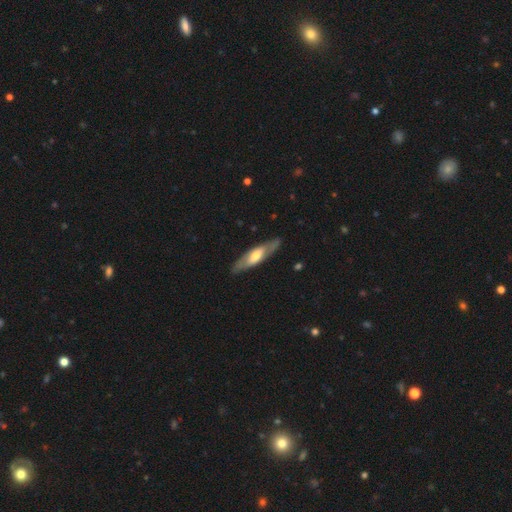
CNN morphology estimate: Overall: featured or disk (57%; smooth 38%). Edge-on disk: yes (52%; no 48%). Merging: none (84%).